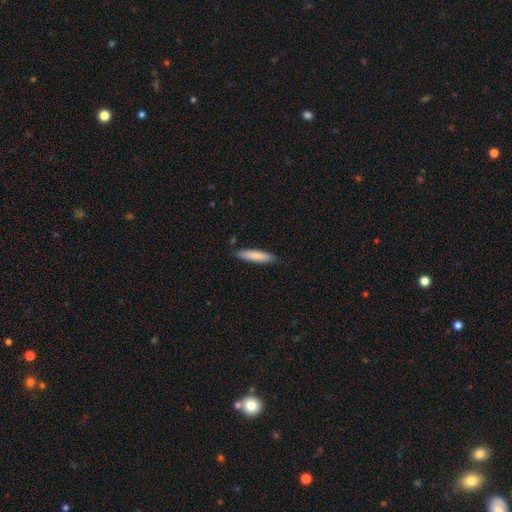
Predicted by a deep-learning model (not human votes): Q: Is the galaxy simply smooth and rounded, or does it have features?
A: smooth — 82%.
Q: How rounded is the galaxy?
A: cigar-shaped — 80%.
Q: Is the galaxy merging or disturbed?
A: none — 86%.